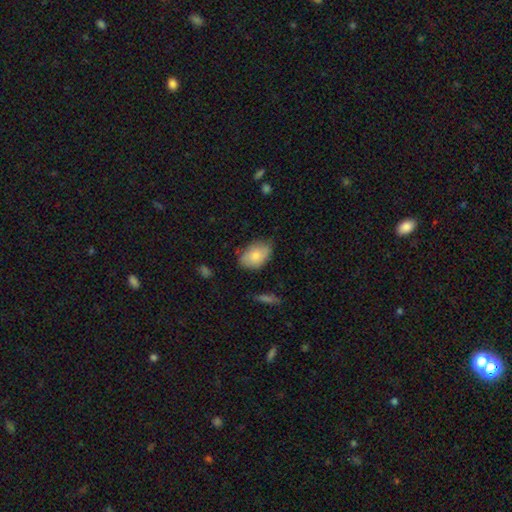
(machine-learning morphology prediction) Smooth or featured?
  - smooth: 78% *
  - featured or disk: 16%
  - star or artifact: 6%
How rounded?
  - in between: 87% *
  - round: 11%
  - cigar-shaped: 1%
Merging?
  - none: 67% *
  - minor disturbance: 27%
  - major disturbance: 5%
  - merger: 2%